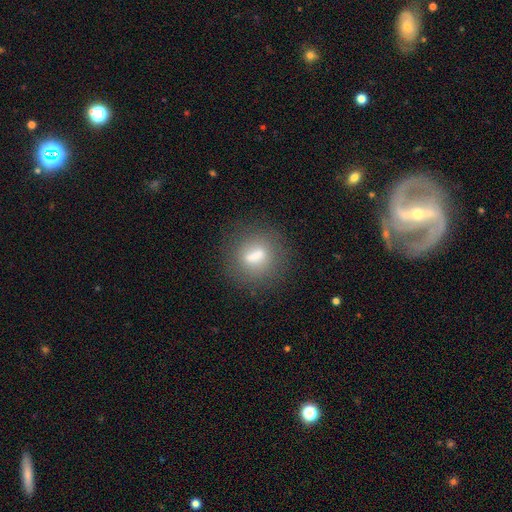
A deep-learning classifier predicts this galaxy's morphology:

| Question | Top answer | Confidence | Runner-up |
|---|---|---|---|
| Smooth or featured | smooth | 66% | featured or disk (22%) |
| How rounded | round | 56% | in between (33%) |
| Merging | none | 75% | minor disturbance (12%) |